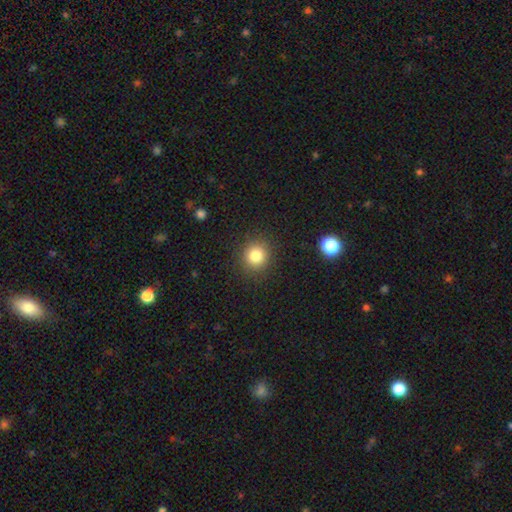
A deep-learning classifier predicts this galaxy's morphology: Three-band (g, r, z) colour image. It shows a smooth galaxy with no disk features (82%) that is round (90%). Merging: none (90%).